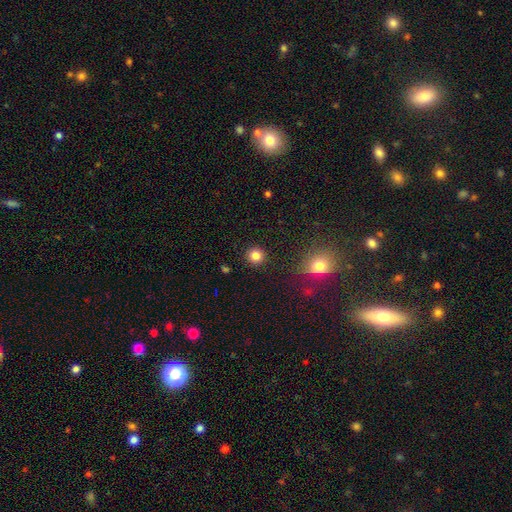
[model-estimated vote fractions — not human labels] A smooth galaxy with no disk features (83%) that is round (93%). Merging: none (92%).